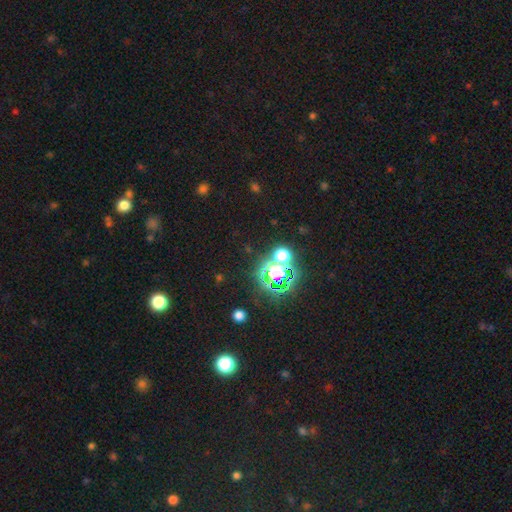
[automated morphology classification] smooth-or-featured: star or artifact: 77% | smooth: 16% | featured or disk: 7%